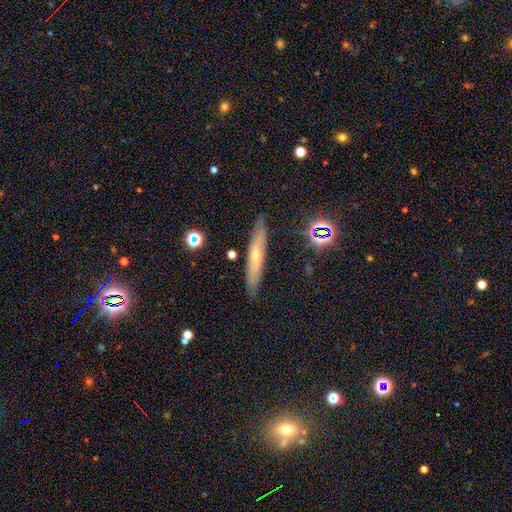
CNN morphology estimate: Overall: featured or disk (52%; smooth 35%). Edge-on disk: yes (74%). Merging: none (84%).